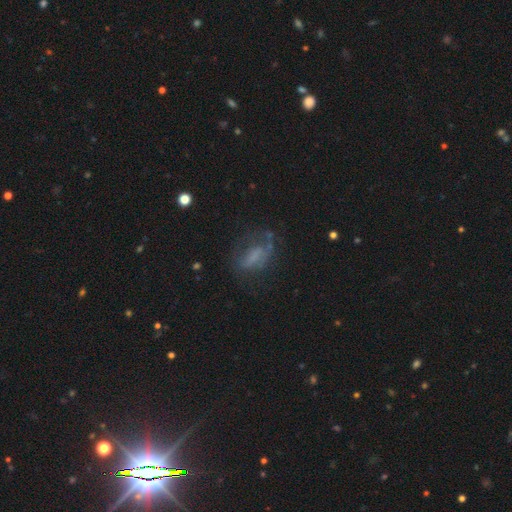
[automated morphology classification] smooth-or-featured: smooth: 43% | featured or disk: 40% | star or artifact: 17%
  merging: none: 45% | major disturbance: 27% | minor disturbance: 24% | merger: 4%